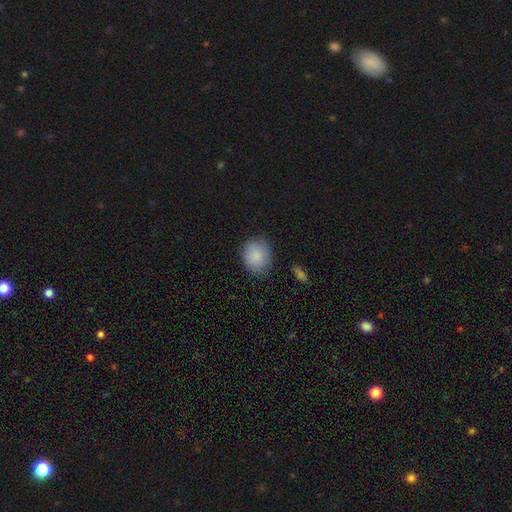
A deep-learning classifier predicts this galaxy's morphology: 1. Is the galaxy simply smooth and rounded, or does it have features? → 86% smooth, 7% featured or disk, 7% star or artifact.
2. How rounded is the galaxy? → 62% round, 36% in between, 1% cigar-shaped.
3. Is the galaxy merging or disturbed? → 78% none, 16% minor disturbance, 4% major disturbance, 2% merger.